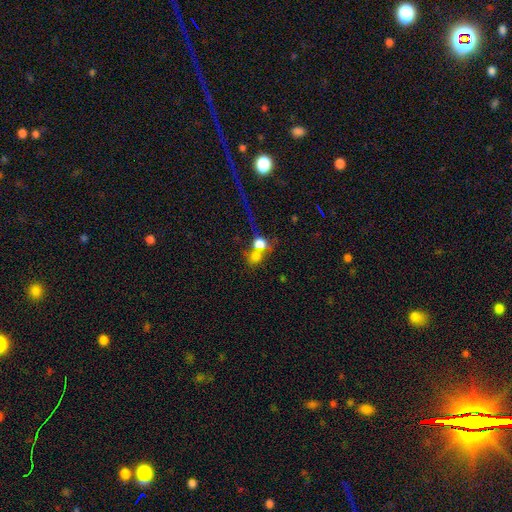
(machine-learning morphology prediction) A smooth galaxy with no disk features (67%) that is round (74%).

Vote fractions:
- Smooth or featured? smooth: 67% / star or artifact: 19% / featured or disk: 14%
- How rounded? round: 74% / in between: 24% / cigar-shaped: 2%
- Merging? merger: 48% / none: 35% / major disturbance: 9% / minor disturbance: 7%